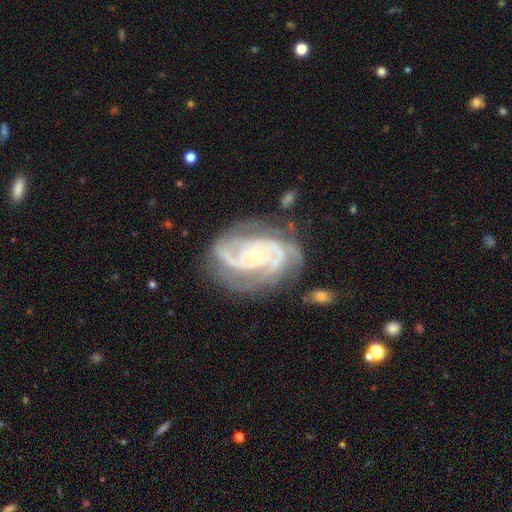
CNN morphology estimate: Overall: featured or disk (91%). Edge-on disk: no (97%). Bar: no (70%). Spiral arms: yes (98%). Spiral arm count: 2 (33%; 3 32%). Spiral winding: tight (58%; medium 35%). Bulge size: small (69%). Merging: none (68%).